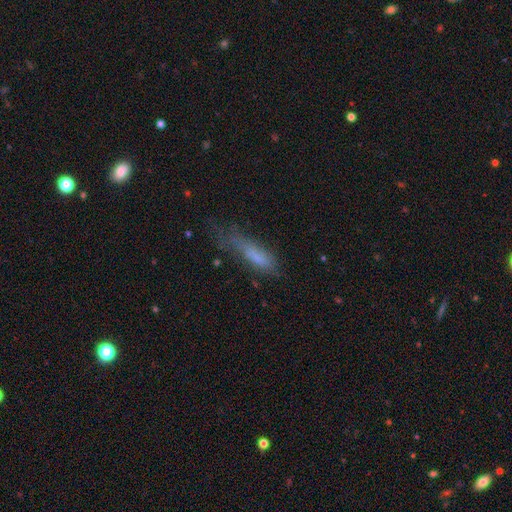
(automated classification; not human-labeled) smooth 66%, featured or disk 23%, star or artifact 11%. Down the decision tree: how rounded — cigar-shaped (68%); merging — none (38%).